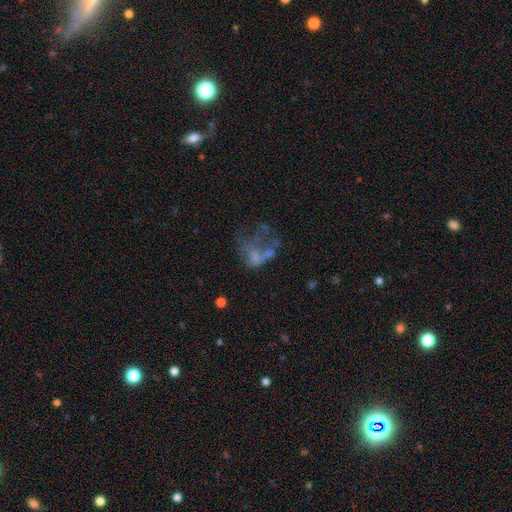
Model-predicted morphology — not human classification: The model was most divided on "smooth or featured": smooth: 42%, featured or disk: 41%, star or artifact: 17%. Remaining: merging — major disturbance (44%).